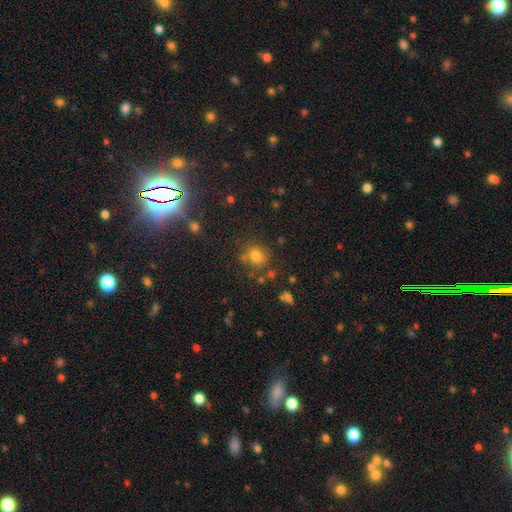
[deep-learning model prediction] A smooth galaxy with no disk features (74%) that is round (82%).

Vote fractions:
- Smooth or featured? smooth: 74% / star or artifact: 18% / featured or disk: 8%
- How rounded? round: 82% / in between: 17% / cigar-shaped: 1%
- Merging? none: 72% / minor disturbance: 13% / merger: 10% / major disturbance: 5%